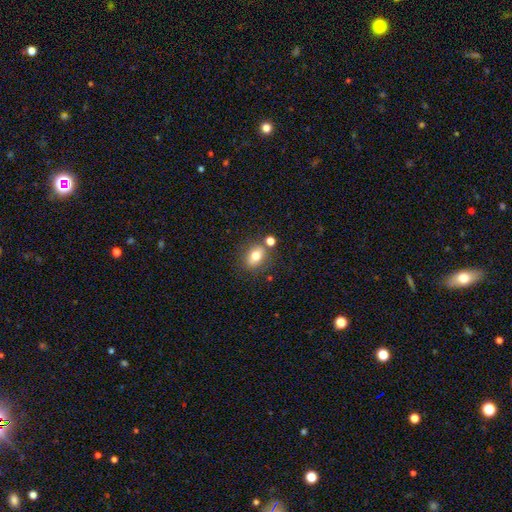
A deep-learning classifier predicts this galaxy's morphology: smooth 74%, featured or disk 16%, star or artifact 11%. Down the decision tree: how rounded — in between (65%); merging — none (70%).